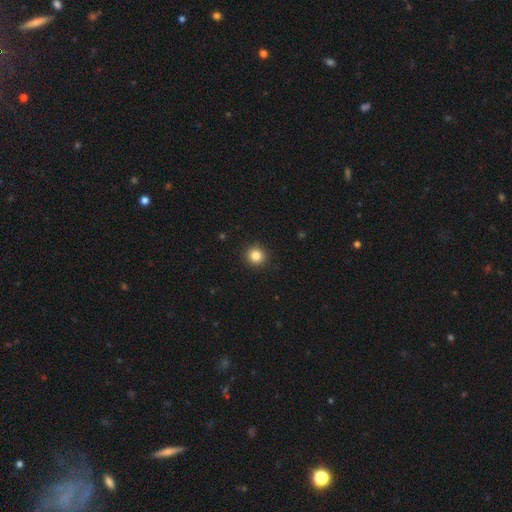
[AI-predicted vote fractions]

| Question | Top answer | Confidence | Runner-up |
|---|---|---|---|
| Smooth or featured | smooth | 84% | star or artifact (11%) |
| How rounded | round | 92% | in between (7%) |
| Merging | none | 92% | minor disturbance (5%) |